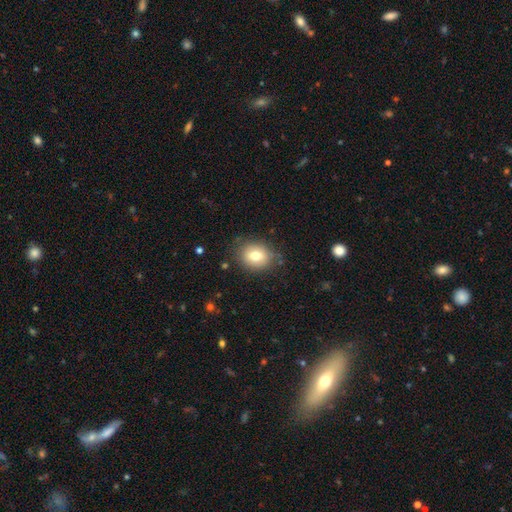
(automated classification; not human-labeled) Smooth or featured?
  - smooth: 75% *
  - featured or disk: 15%
  - star or artifact: 11%
How rounded?
  - round: 63% *
  - in between: 36%
  - cigar-shaped: 1%
Merging?
  - none: 81% *
  - minor disturbance: 13%
  - major disturbance: 4%
  - merger: 2%